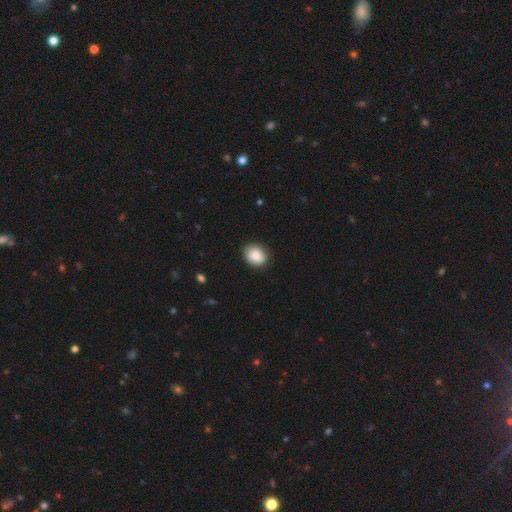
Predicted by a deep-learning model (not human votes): This appears to be a smooth galaxy with no disk features (85%) that is round (61%). Merging: none (83%).